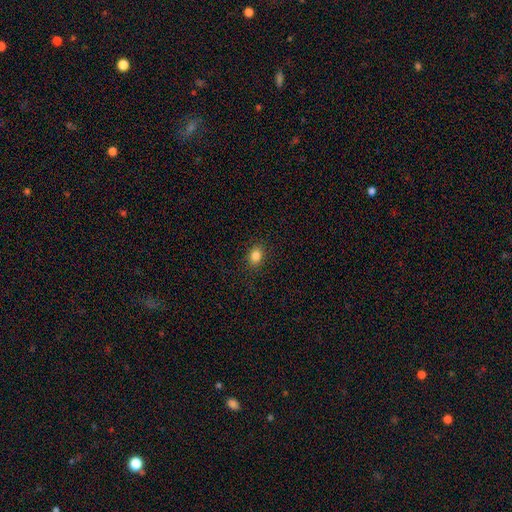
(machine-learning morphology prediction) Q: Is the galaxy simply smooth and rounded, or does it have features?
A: smooth — 84%.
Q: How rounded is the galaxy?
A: in between — 56%.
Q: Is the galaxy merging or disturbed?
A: none — 89%.